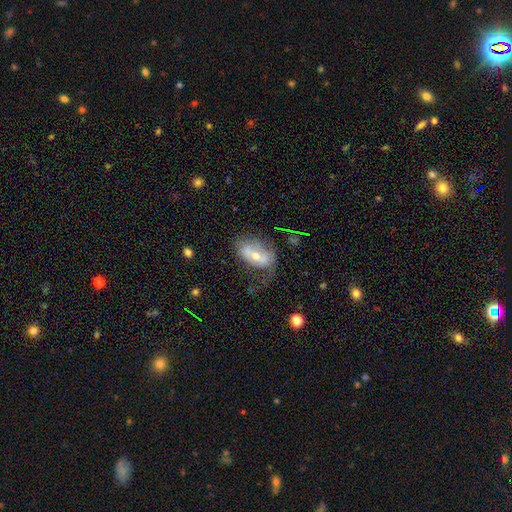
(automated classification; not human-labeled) smooth_or_featured: featured or disk (p=0.52) [alt: smooth p=0.40]
disk_edge_on: no (p=0.89) [alt: yes p=0.11]
merging: none (p=0.43) [alt: minor disturbance p=0.28]